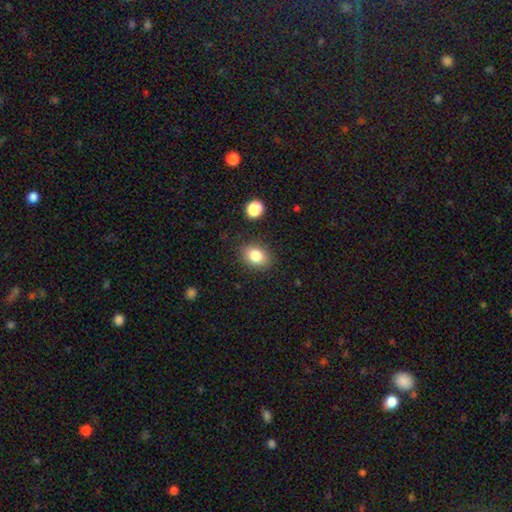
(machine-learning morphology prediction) Smooth or featured? smooth (83%)
How rounded? in between (67%)
Merging? none (85%)